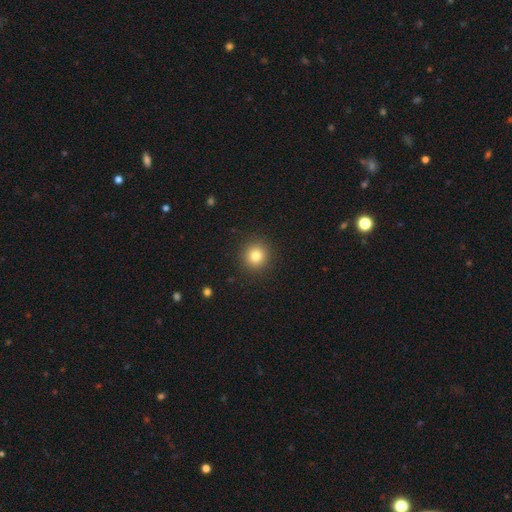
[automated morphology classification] Smooth or featured? smooth (82%)
How rounded? round (94%)
Merging? none (91%)